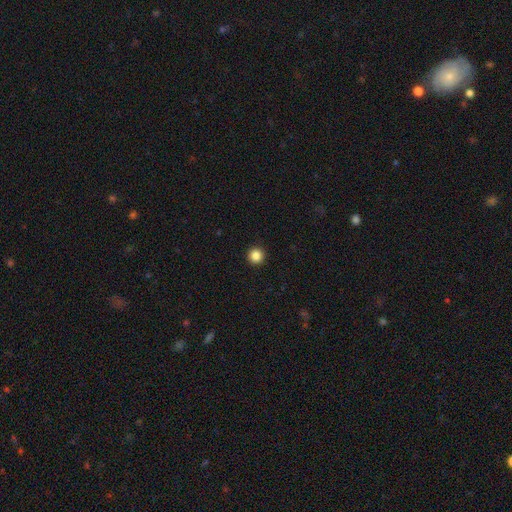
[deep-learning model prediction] smooth-or-featured: smooth: 85% | star or artifact: 11% | featured or disk: 4%
  how-rounded: round: 97% | in between: 2% | cigar-shaped: 1%
  merging: none: 94% | minor disturbance: 4% | major disturbance: 1% | merger: 1%